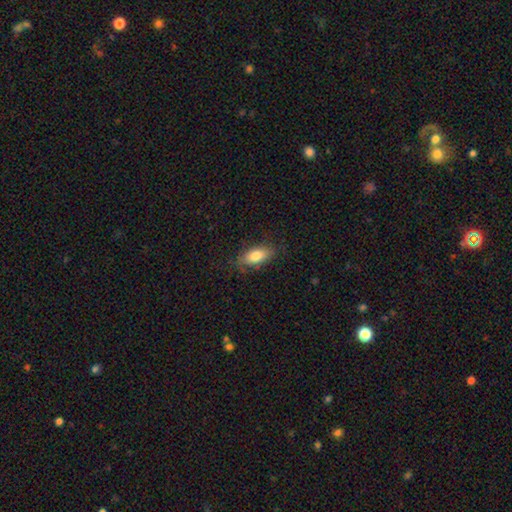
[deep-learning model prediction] Smooth or featured?
  - smooth: 77% *
  - featured or disk: 16%
  - star or artifact: 7%
How rounded?
  - in between: 86% *
  - cigar-shaped: 11%
  - round: 3%
Merging?
  - none: 77% *
  - minor disturbance: 17%
  - major disturbance: 5%
  - merger: 1%